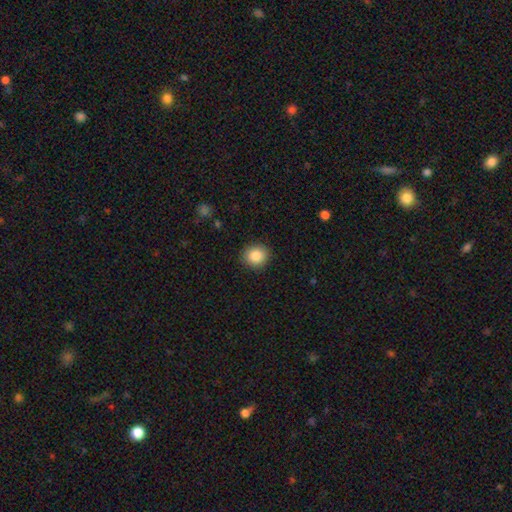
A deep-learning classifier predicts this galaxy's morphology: The model was most divided on "how rounded": round: 83%, in between: 17%, cigar-shaped: 1%. More confident: merging — none (90%); smooth or featured — smooth (86%).